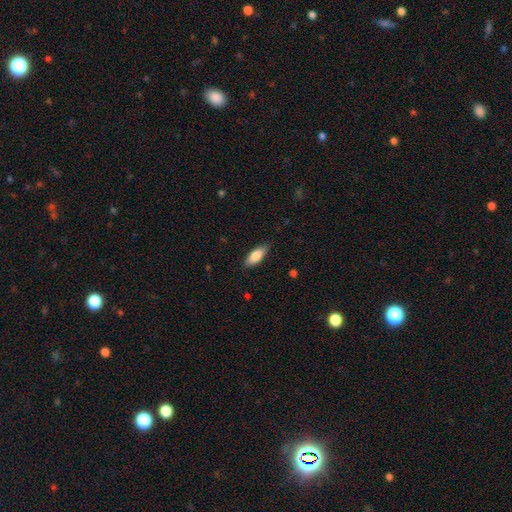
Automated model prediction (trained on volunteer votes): A smooth galaxy with no disk features (80%) that is in between round and cigar-shaped (75%).

Vote fractions:
- Smooth or featured? smooth: 80% / featured or disk: 14% / star or artifact: 6%
- How rounded? in between: 75% / cigar-shaped: 23% / round: 2%
- Merging? none: 82% / minor disturbance: 15% / major disturbance: 3% / merger: 1%